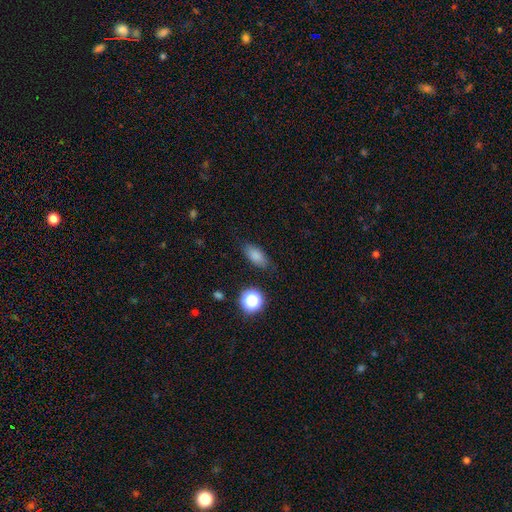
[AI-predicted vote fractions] Smooth or featured?
  - smooth: 81% *
  - star or artifact: 12%
  - featured or disk: 7%
How rounded?
  - in between: 82% *
  - cigar-shaped: 10%
  - round: 8%
Merging?
  - none: 81% *
  - minor disturbance: 14%
  - major disturbance: 4%
  - merger: 2%